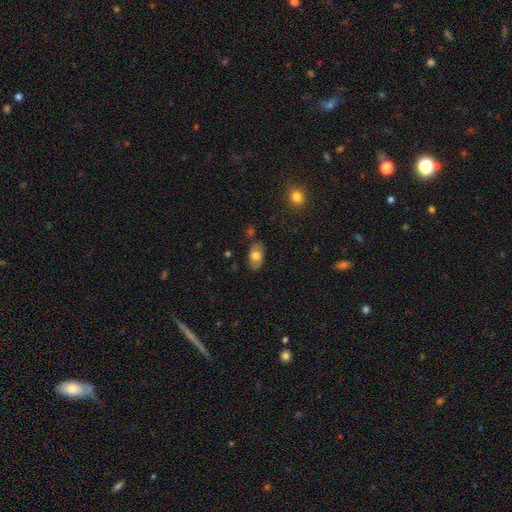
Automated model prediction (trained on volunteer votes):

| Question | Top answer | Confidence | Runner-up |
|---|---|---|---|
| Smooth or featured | smooth | 72% | featured or disk (21%) |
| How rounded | in between | 92% | round (6%) |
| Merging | none | 79% | minor disturbance (15%) |